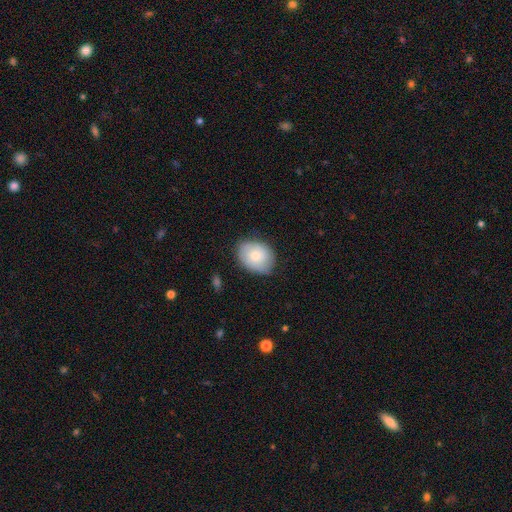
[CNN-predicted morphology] type=smooth (72%); roundness=in between (61%); merging=none (75%).